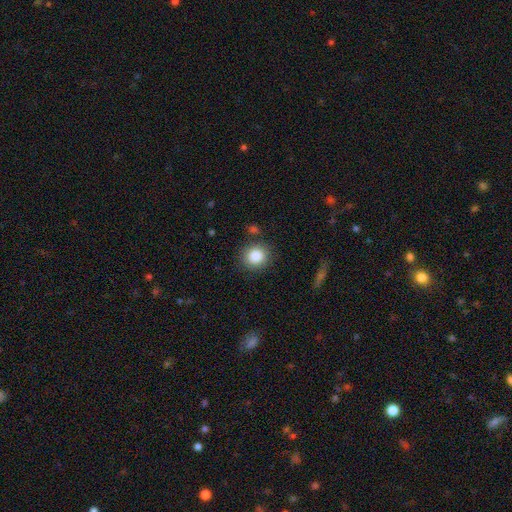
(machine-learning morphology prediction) type=smooth (84%); roundness=round (86%); merging=none (85%).